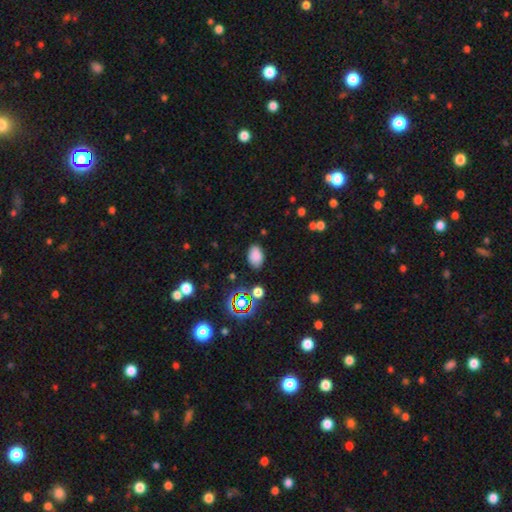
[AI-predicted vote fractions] This is clearly a smooth galaxy (80%). How rounded: clearly in between (89%). Merging: clearly none (83%).